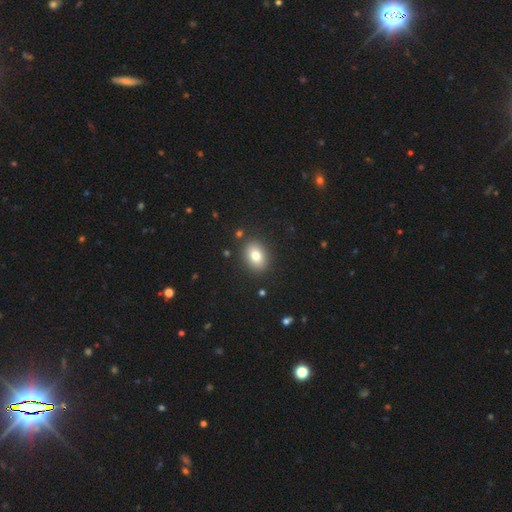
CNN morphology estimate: Smooth or featured? smooth (79%)
How rounded? in between (71%)
Merging? none (87%)